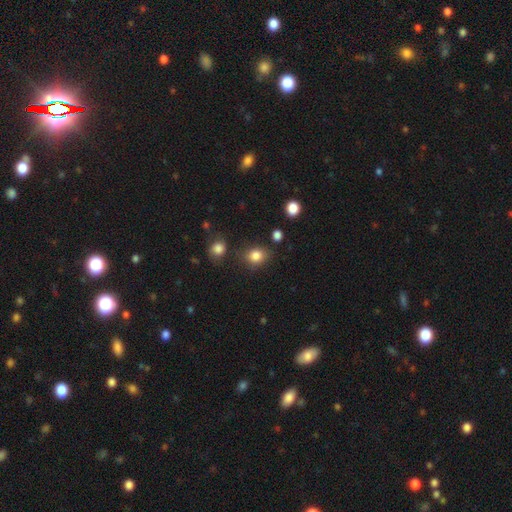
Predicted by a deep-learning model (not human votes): Smooth or featured?
  - smooth: 83% *
  - star or artifact: 11%
  - featured or disk: 6%
How rounded?
  - round: 61% *
  - in between: 38%
  - cigar-shaped: 1%
Merging?
  - none: 77% *
  - minor disturbance: 15%
  - merger: 5%
  - major disturbance: 4%